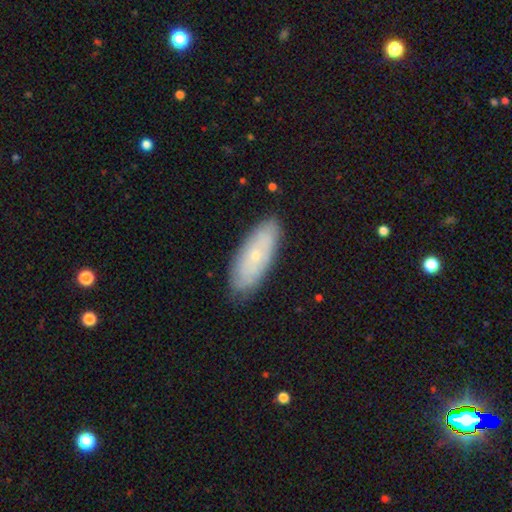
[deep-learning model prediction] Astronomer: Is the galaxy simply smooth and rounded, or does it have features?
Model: smooth — 49% (runner-up: featured or disk, 44%).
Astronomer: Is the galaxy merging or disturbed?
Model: none — 83%.